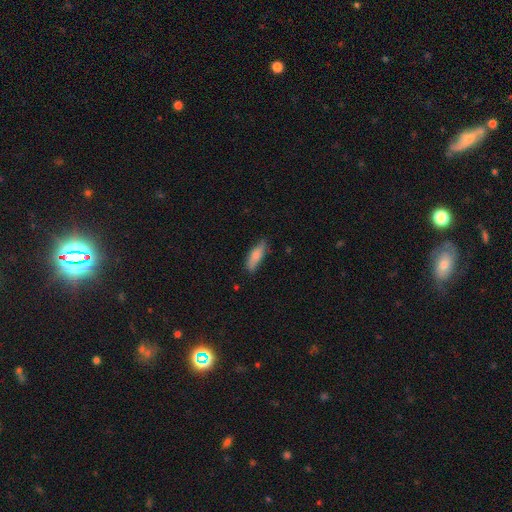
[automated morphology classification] A smooth galaxy with no disk features (77%) that is cigar-shaped (51%). Merging: none (74%).